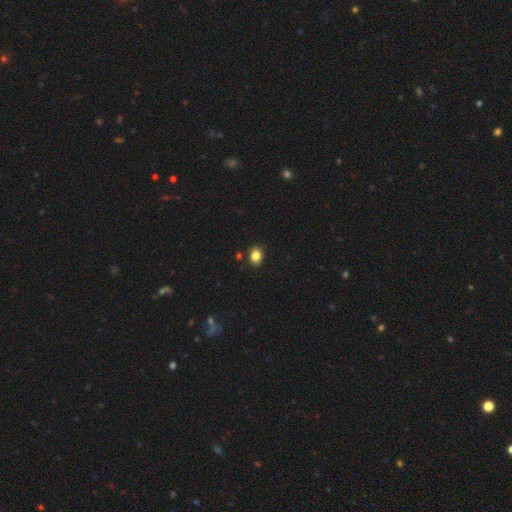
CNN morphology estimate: A smooth galaxy with no disk features (84%) that is in between round and cigar-shaped (58%).

Vote fractions:
- Smooth or featured? smooth: 84% / star or artifact: 10% / featured or disk: 6%
- How rounded? in between: 58% / round: 41% / cigar-shaped: 1%
- Merging? none: 86% / minor disturbance: 9% / merger: 3% / major disturbance: 2%